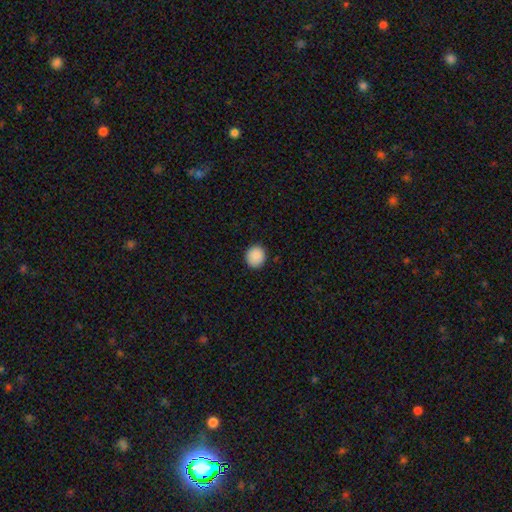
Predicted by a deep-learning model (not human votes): Smooth or featured? smooth (89%)
How rounded? round (87%)
Merging? none (90%)